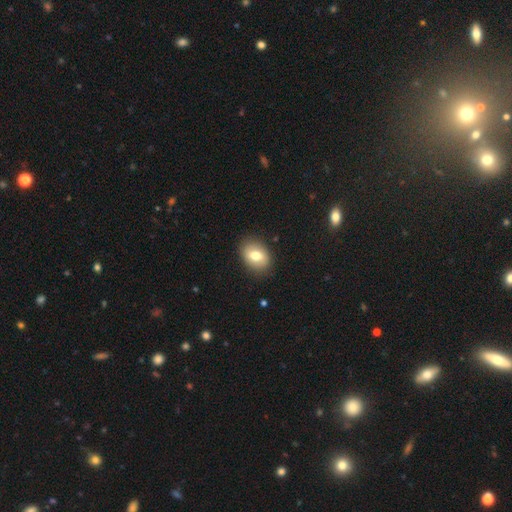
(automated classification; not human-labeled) Overall: smooth (73%). How rounded: in between (72%). Merging: none (86%).